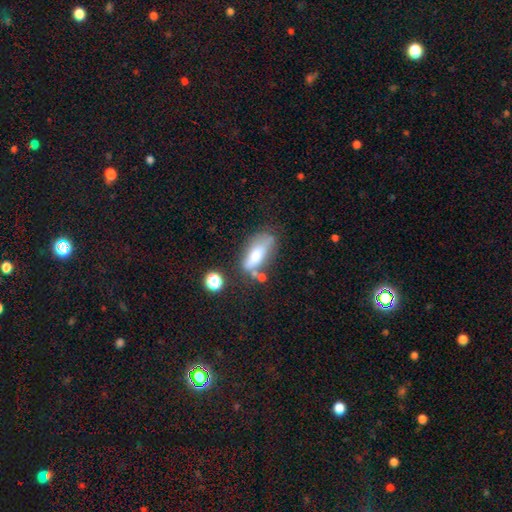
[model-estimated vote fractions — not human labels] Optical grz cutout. It shows a smooth galaxy with no disk features (58%) that is in between round and cigar-shaped (66%). Merging: none (53%).